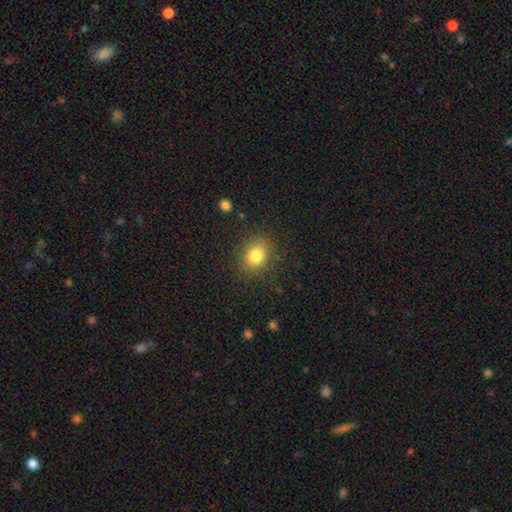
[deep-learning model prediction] Smooth or featured? smooth (81%)
How rounded? in between (50%)
Merging? none (85%)